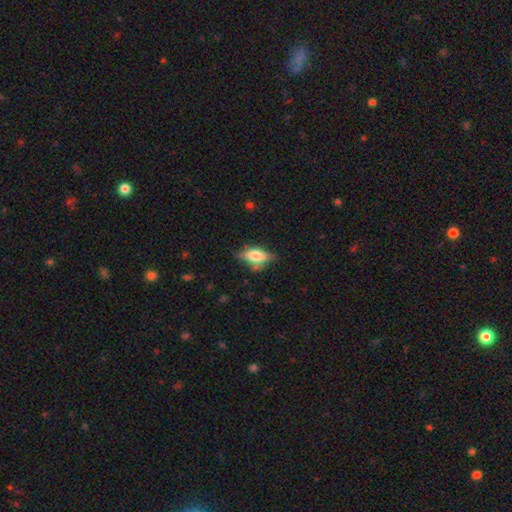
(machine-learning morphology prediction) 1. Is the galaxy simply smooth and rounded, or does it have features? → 60% smooth, 32% featured or disk, 8% star or artifact.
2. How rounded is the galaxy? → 78% in between, 18% cigar-shaped, 4% round.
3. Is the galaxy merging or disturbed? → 61% none, 26% minor disturbance, 8% major disturbance, 5% merger.